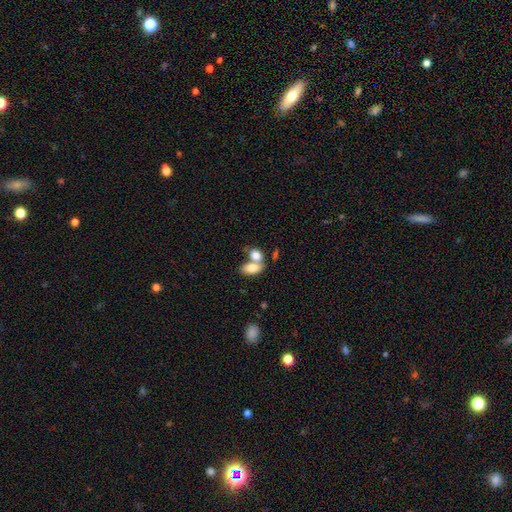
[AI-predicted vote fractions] Morphology: type=smooth (79%); roundness=in between (85%); merging=merger (57%).